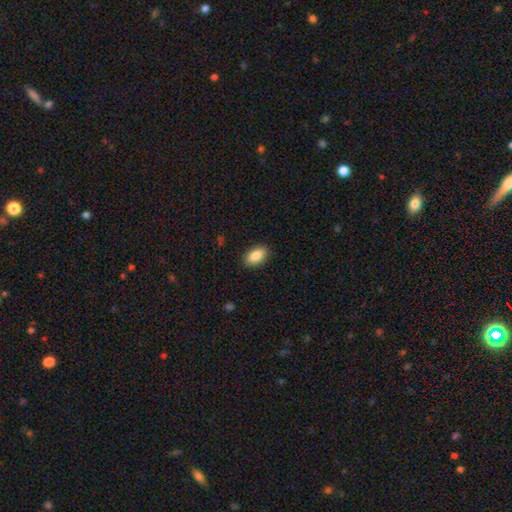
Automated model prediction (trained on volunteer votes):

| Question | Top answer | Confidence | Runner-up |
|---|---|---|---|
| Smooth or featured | smooth | 88% | star or artifact (7%) |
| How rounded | in between | 92% | round (6%) |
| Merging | none | 89% | minor disturbance (8%) |